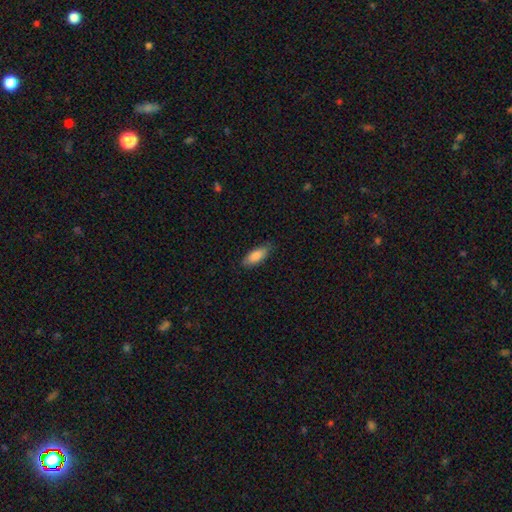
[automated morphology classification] type=smooth (86%); roundness=in between (77%); merging=none (82%).